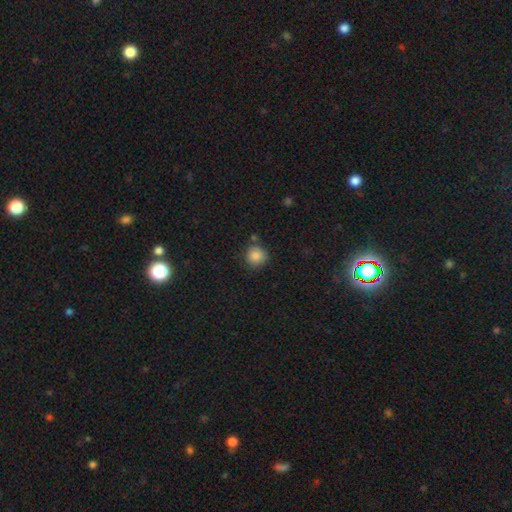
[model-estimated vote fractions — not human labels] Smooth or featured: smooth — 85% (star or artifact — 10%)
How rounded: round — 90% (in between — 9%)
Merging: none — 75% (minor disturbance — 13%)